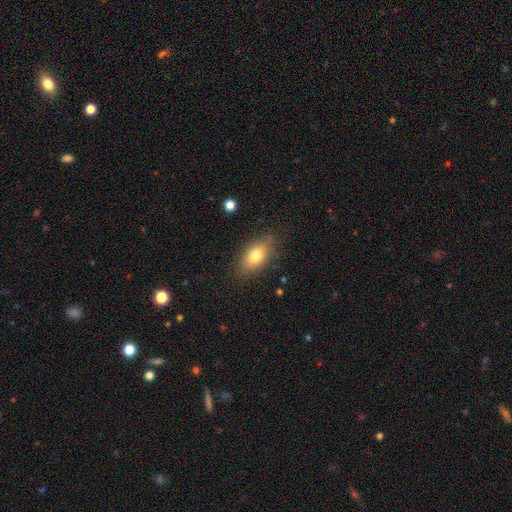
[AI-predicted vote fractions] A smooth galaxy with no disk features (77%) that is in between round and cigar-shaped (87%).

Vote fractions:
- Smooth or featured? smooth: 77% / featured or disk: 14% / star or artifact: 8%
- How rounded? in between: 87% / round: 8% / cigar-shaped: 6%
- Merging? none: 81% / minor disturbance: 14% / major disturbance: 4% / merger: 2%